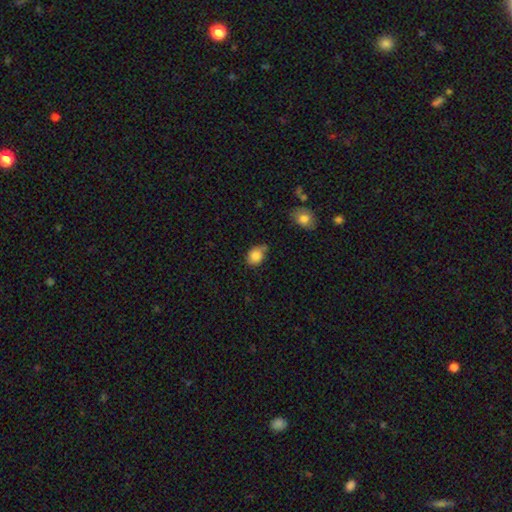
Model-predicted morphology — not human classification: smooth_or_featured: smooth (p=0.84) [alt: star or artifact p=0.09]
how_rounded: in between (p=0.52) [alt: round p=0.47]
merging: none (p=0.56) [alt: minor disturbance p=0.30]